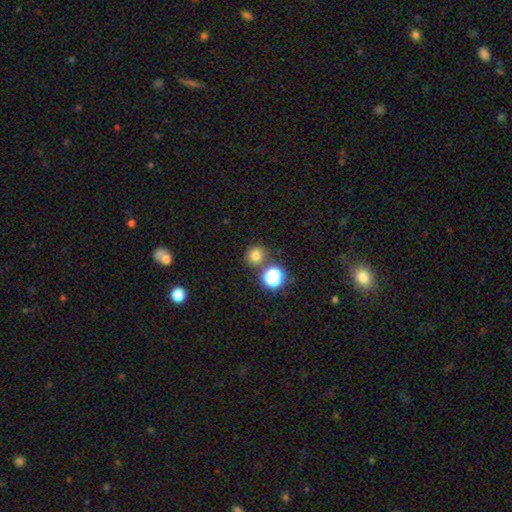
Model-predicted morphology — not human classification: A smooth galaxy with no disk features (75%) that is round (86%). Merging: none (76%).